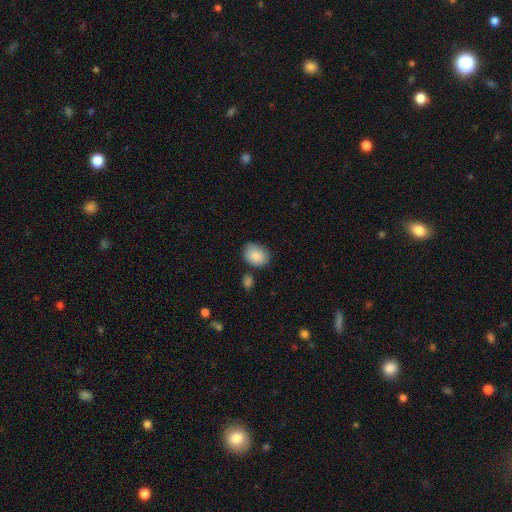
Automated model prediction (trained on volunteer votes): This is clearly a smooth galaxy (88%). How rounded: likely in between (67%). Merging: likely none (73%).